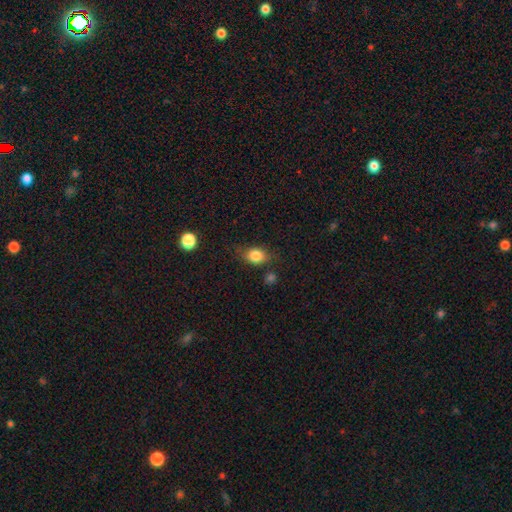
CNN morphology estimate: smooth 81%, featured or disk 10%, star or artifact 9%. Down the decision tree: how rounded — in between (59%); merging — none (68%).